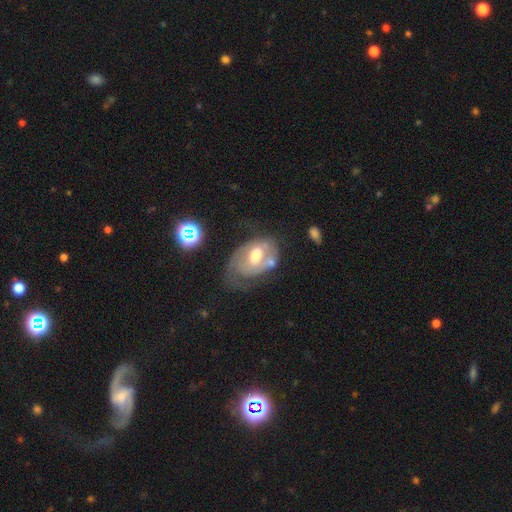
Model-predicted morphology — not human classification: type=featured or disk (72%); edge-on=no (96%); bar=no (48%); spiral arms=yes (77%); winding=tight (47%); arm count=2 (38%); bulge=moderate (65%); merging=none (37%).